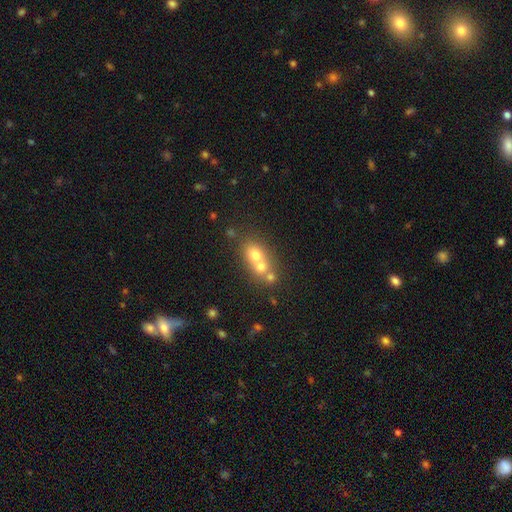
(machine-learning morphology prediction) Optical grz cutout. It shows a smooth galaxy with no disk features (63%) that is round (49%). Merging: merger (61%).